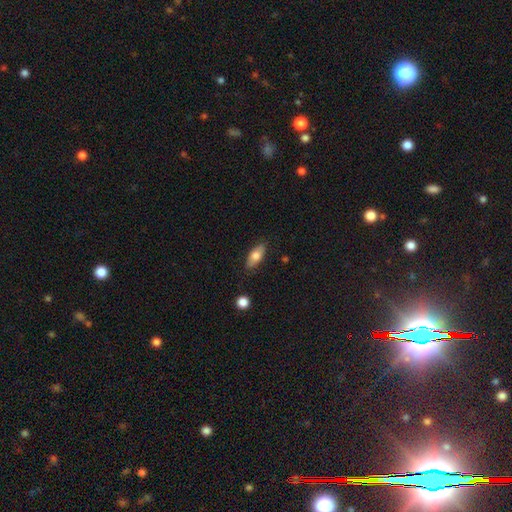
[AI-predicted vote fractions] Smooth or featured?
  - smooth: 73% *
  - featured or disk: 20%
  - star or artifact: 7%
How rounded?
  - in between: 83% *
  - cigar-shaped: 14%
  - round: 3%
Merging?
  - none: 84% *
  - minor disturbance: 12%
  - major disturbance: 3%
  - merger: 2%